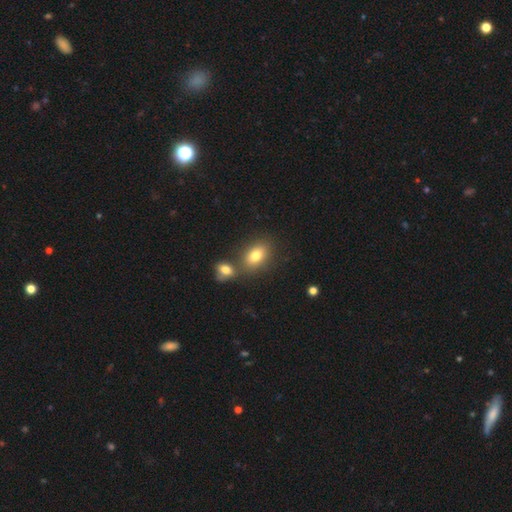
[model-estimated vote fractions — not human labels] Smooth or featured? Predicted: smooth (p=0.79). How rounded? Predicted: in between (p=0.83). Merging? Predicted: none (p=0.60).